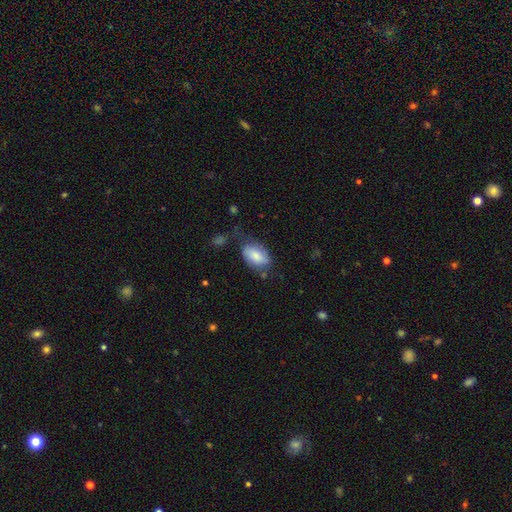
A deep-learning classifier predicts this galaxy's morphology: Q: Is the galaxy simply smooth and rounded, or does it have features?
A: smooth — 75%.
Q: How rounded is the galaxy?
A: in between — 91%.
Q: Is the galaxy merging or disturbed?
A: none — 49%.